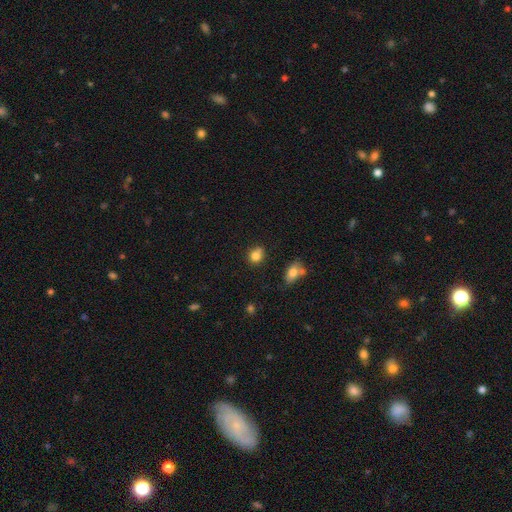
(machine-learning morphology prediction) Smooth or featured? Predicted: smooth (p=0.81). How rounded? Predicted: round (p=0.68). Merging? Predicted: none (p=0.61).